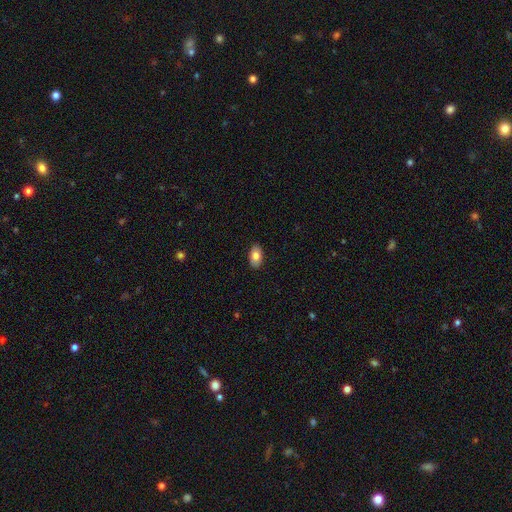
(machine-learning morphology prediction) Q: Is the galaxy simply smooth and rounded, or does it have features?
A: smooth — 80%.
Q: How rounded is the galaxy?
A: in between — 93%.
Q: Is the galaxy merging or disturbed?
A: none — 90%.